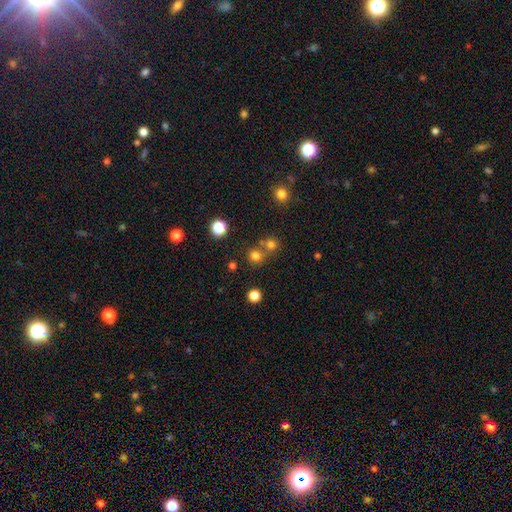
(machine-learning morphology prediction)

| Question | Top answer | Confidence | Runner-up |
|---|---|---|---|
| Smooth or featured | smooth | 73% | star or artifact (20%) |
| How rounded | round | 92% | in between (7%) |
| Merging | none | 66% | merger (25%) |